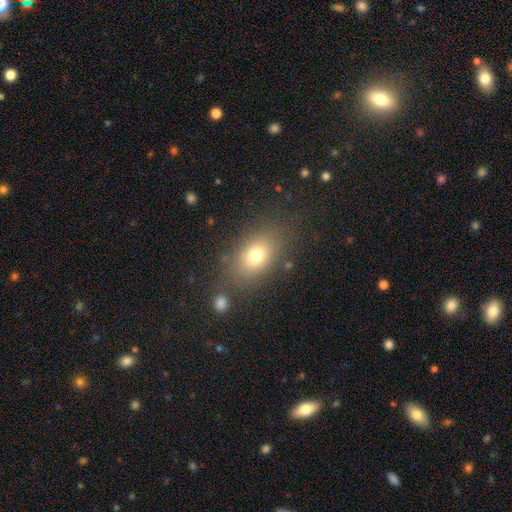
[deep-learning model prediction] smooth-or-featured: smooth: 73% | featured or disk: 15% | star or artifact: 12%
  how-rounded: in between: 76% | round: 21% | cigar-shaped: 2%
  merging: none: 76% | minor disturbance: 13% | major disturbance: 6% | merger: 5%